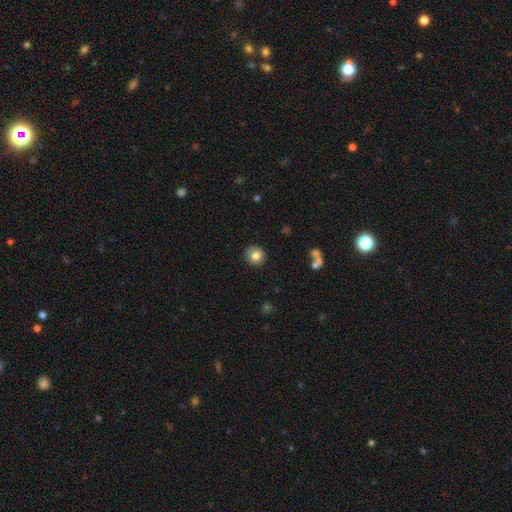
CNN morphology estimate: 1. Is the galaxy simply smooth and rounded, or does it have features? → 79% smooth, 12% featured or disk, 9% star or artifact.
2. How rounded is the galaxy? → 92% round, 7% in between, 1% cigar-shaped.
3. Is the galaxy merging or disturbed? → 88% none, 8% minor disturbance, 2% major disturbance, 2% merger.